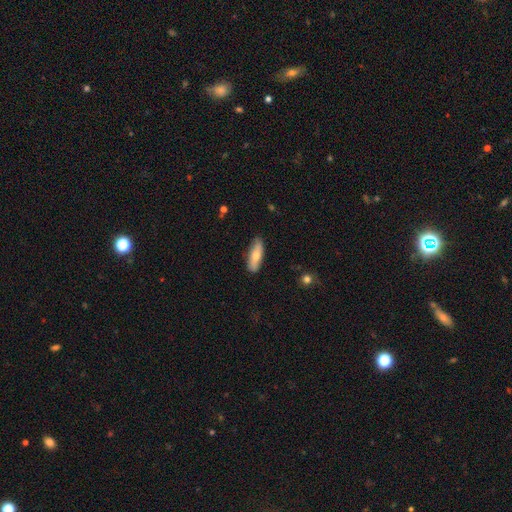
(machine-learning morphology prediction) Smooth or featured?
  - smooth: 68% *
  - featured or disk: 26%
  - star or artifact: 6%
How rounded?
  - in between: 53% *
  - cigar-shaped: 44%
  - round: 2%
Merging?
  - none: 84% *
  - minor disturbance: 12%
  - major disturbance: 2%
  - merger: 1%